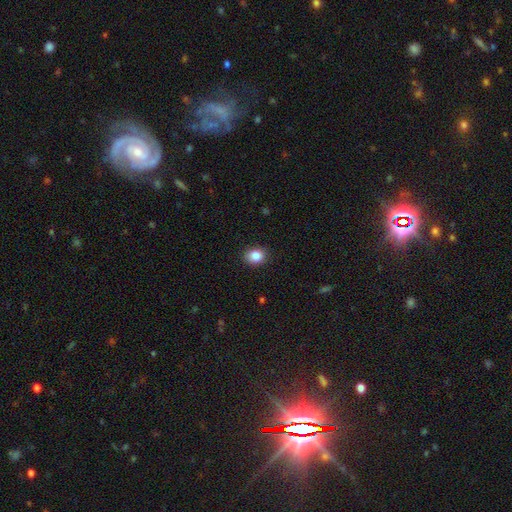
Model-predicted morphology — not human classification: This appears to be a smooth galaxy with no disk features (86%) that is round (54%). Merging: none (87%).